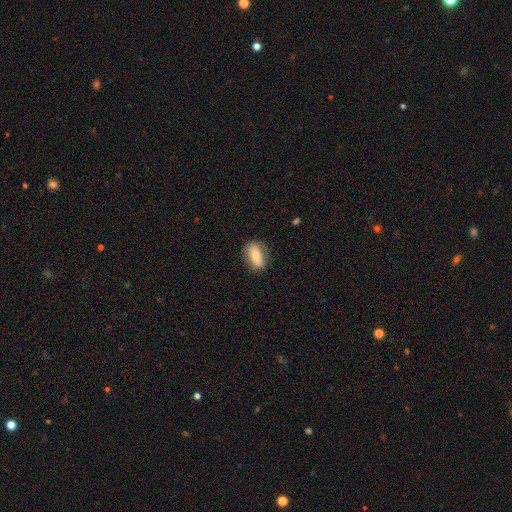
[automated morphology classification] A smooth galaxy with no disk features (62%) that is in between round and cigar-shaped (80%).

Vote fractions:
- Smooth or featured? smooth: 62% / featured or disk: 31% / star or artifact: 7%
- How rounded? in between: 80% / cigar-shaped: 12% / round: 8%
- Merging? none: 83% / minor disturbance: 13% / major disturbance: 3% / merger: 1%